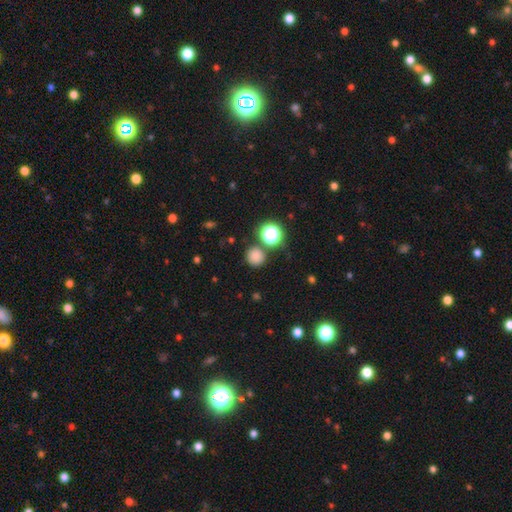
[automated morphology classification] A smooth galaxy with no disk features (78%) that is round (92%).

Vote fractions:
- Smooth or featured? smooth: 78% / star or artifact: 18% / featured or disk: 5%
- How rounded? round: 92% / in between: 7% / cigar-shaped: 1%
- Merging? none: 81% / minor disturbance: 8% / merger: 8% / major disturbance: 3%